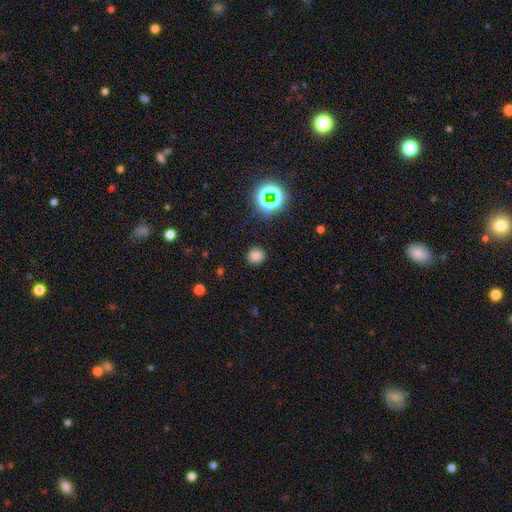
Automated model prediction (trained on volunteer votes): Smooth or featured?
  - smooth: 74% *
  - star or artifact: 20%
  - featured or disk: 5%
How rounded?
  - round: 78% *
  - in between: 21%
  - cigar-shaped: 1%
Merging?
  - none: 87% *
  - minor disturbance: 9%
  - major disturbance: 3%
  - merger: 1%